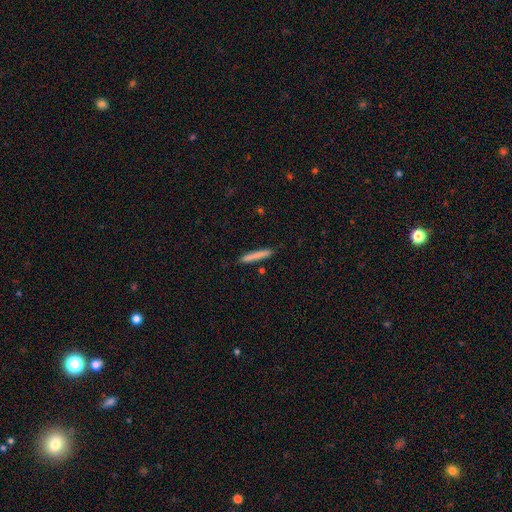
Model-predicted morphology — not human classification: A smooth galaxy with no disk features (80%) that is cigar-shaped (95%). Merging: none (88%).